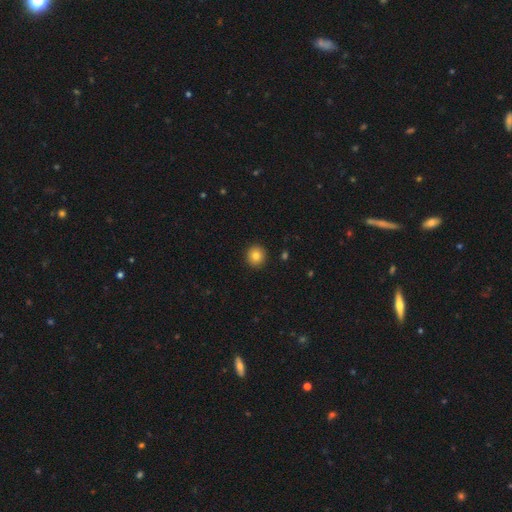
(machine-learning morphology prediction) Overall: smooth (83%). How rounded: round (93%). Merging: none (93%).